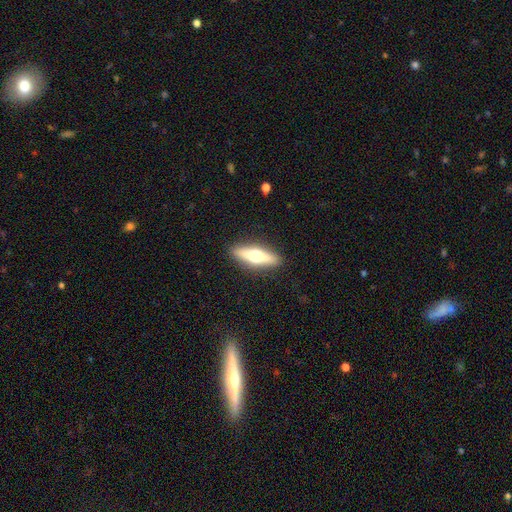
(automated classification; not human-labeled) Q: Smooth or featured?
A: featured or disk (53%); runner-up: smooth (40%)
Q: Edge-on disk?
A: yes (92%); runner-up: no (8%)
Q: Merging?
A: none (90%); runner-up: minor disturbance (7%)